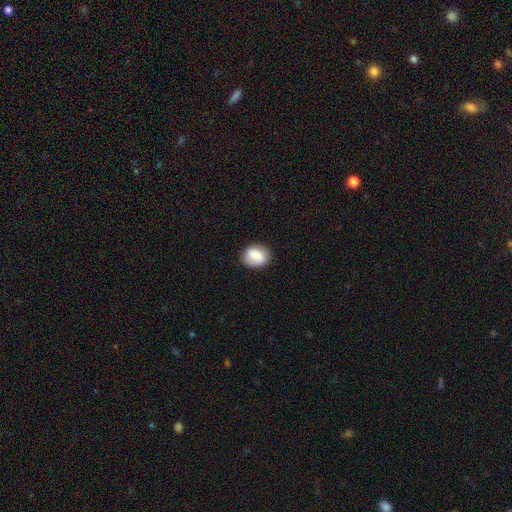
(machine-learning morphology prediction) A smooth galaxy with no disk features (84%) that is in between round and cigar-shaped (54%). Merging: none (81%).